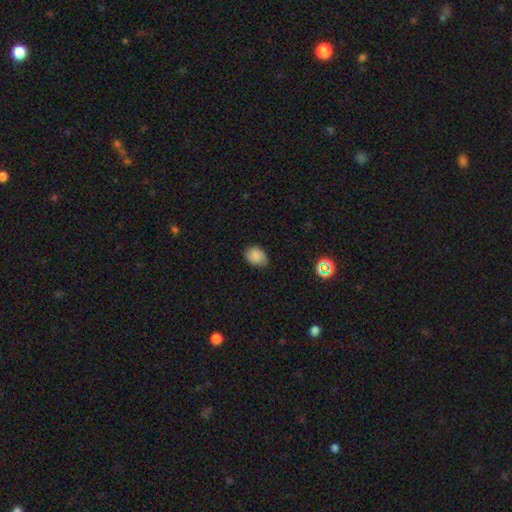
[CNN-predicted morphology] smooth 84%, star or artifact 10%, featured or disk 5%. Down the decision tree: how rounded — in between (59%); merging — none (63%).